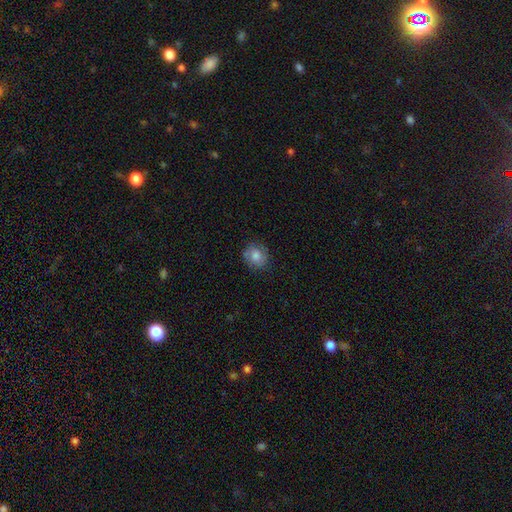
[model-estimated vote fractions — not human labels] Smooth or featured? smooth (75%)
How rounded? round (79%)
Merging? none (79%)